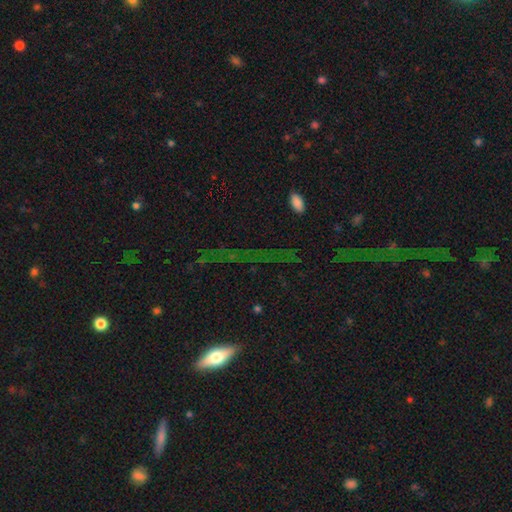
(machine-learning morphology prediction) Overall: star or artifact (44%; smooth 30%).